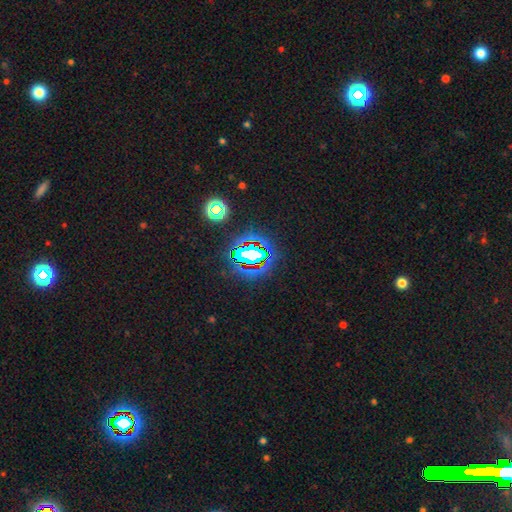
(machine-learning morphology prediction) Smooth or featured?
  - star or artifact: 71% *
  - smooth: 17%
  - featured or disk: 12%